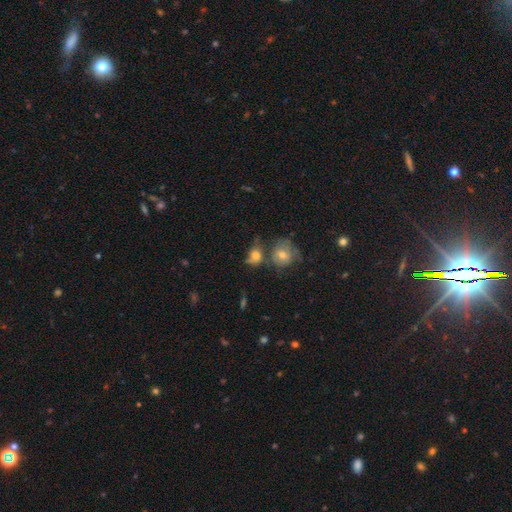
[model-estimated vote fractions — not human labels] A smooth galaxy with no disk features (66%) that is round (61%). Merging: none (37%).